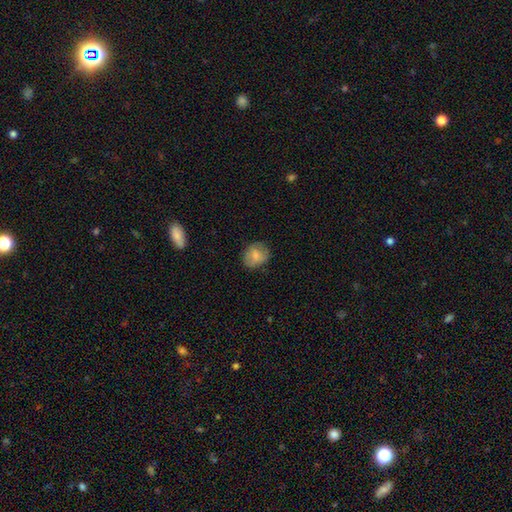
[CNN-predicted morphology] This is likely a smooth galaxy (76%). How rounded: likely round (64%). Merging: likely none (74%).